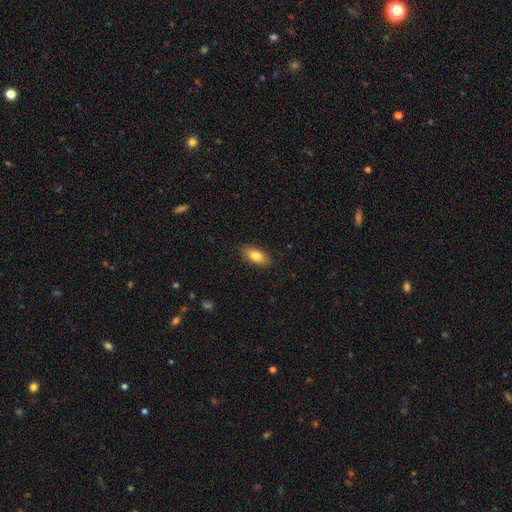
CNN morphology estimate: Smooth or featured: smooth — 82% (featured or disk — 11%)
How rounded: in between — 86% (cigar-shaped — 10%)
Merging: none — 87% (minor disturbance — 10%)